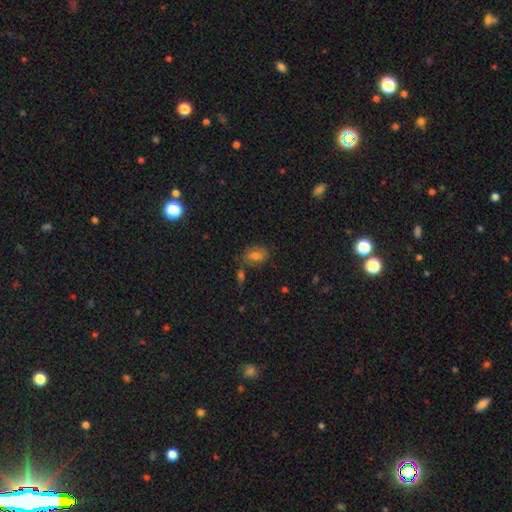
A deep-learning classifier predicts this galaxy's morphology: Smooth or featured?
  - smooth: 71% *
  - featured or disk: 15%
  - star or artifact: 13%
How rounded?
  - in between: 77% *
  - round: 22%
  - cigar-shaped: 2%
Merging?
  - none: 70% *
  - minor disturbance: 15%
  - merger: 10%
  - major disturbance: 5%